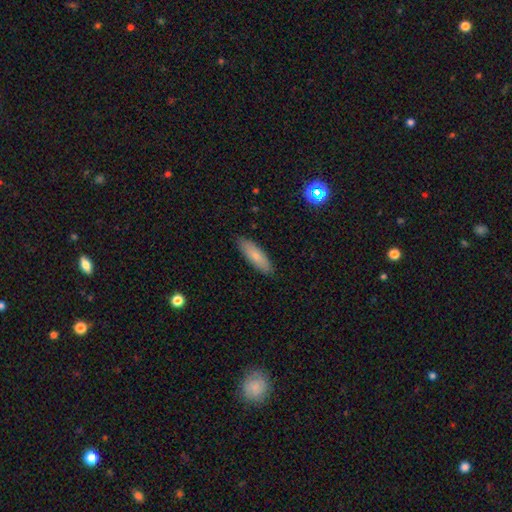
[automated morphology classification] This is likely a smooth galaxy (76%). How rounded: possibly in between (50%). Merging: clearly none (88%).